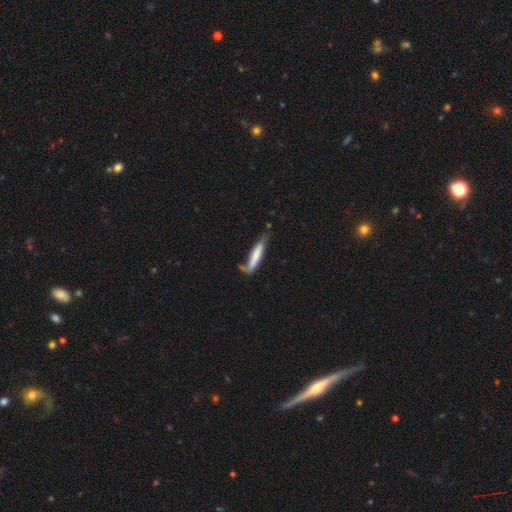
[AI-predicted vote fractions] smooth_or_featured: smooth (p=0.69) [alt: featured or disk p=0.25]
how_rounded: cigar-shaped (p=0.91) [alt: in between p=0.08]
merging: none (p=0.52) [alt: minor disturbance p=0.29]